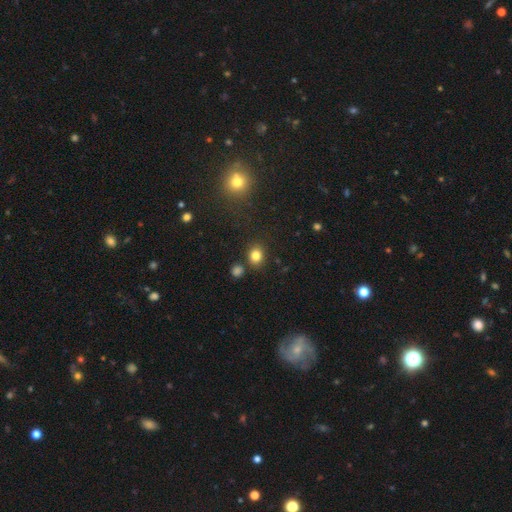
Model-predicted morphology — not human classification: This appears to be a smooth galaxy with no disk features (82%) that is round (62%). Merging: none (82%).